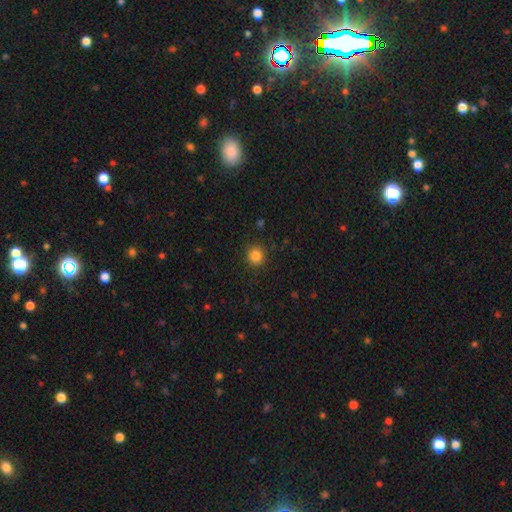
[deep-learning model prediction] The model was most divided on "smooth or featured": smooth: 84%, star or artifact: 12%, featured or disk: 4%. More confident: merging — none (89%); how rounded — round (88%).